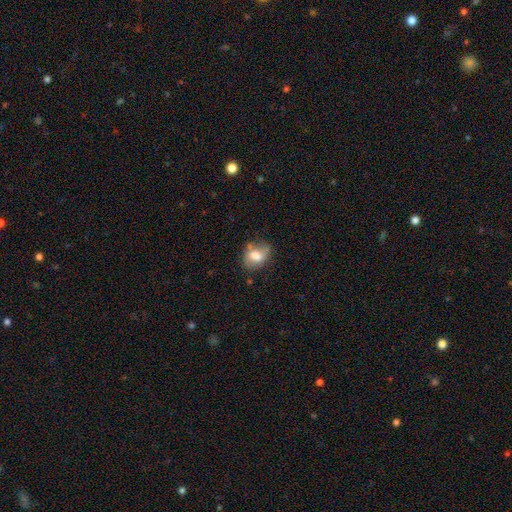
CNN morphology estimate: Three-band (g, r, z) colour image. It shows a smooth galaxy with no disk features (67%) that is in between round and cigar-shaped (68%). Merging: none (54%).